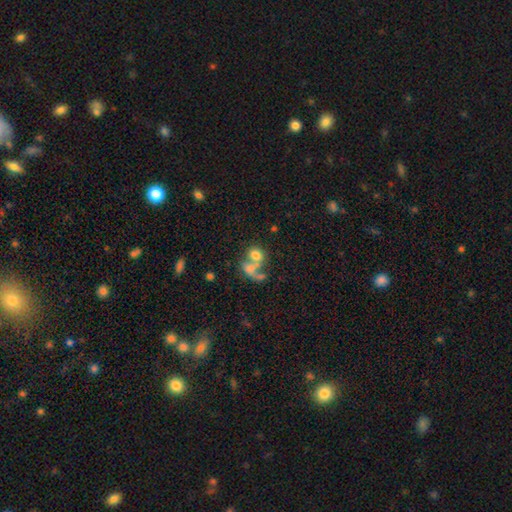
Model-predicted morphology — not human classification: smooth 66%, featured or disk 22%, star or artifact 11%. Down the decision tree: how rounded — round (50%); merging — merger (60%).